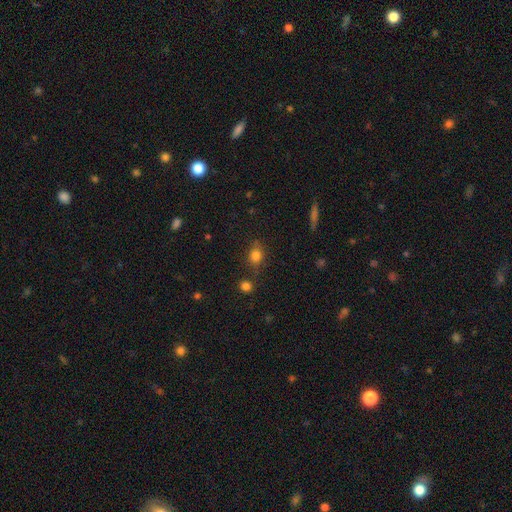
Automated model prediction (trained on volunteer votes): smooth-or-featured: smooth: 80% | star or artifact: 13% | featured or disk: 7%
  how-rounded: round: 58% | in between: 40% | cigar-shaped: 2%
  merging: none: 74% | minor disturbance: 16% | merger: 6% | major disturbance: 5%